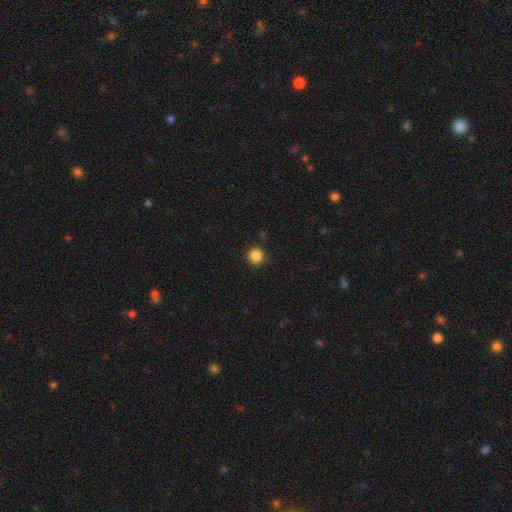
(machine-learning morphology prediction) Q: Smooth or featured?
A: smooth (86%); runner-up: star or artifact (11%)
Q: How rounded?
A: round (94%); runner-up: in between (5%)
Q: Merging?
A: none (92%); runner-up: minor disturbance (5%)